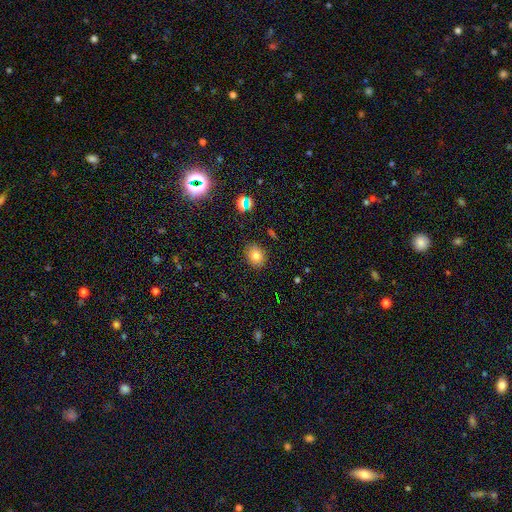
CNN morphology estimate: Smooth or featured: smooth — 77% (star or artifact — 14%)
How rounded: round — 51% (in between — 48%)
Merging: none — 87% (minor disturbance — 9%)